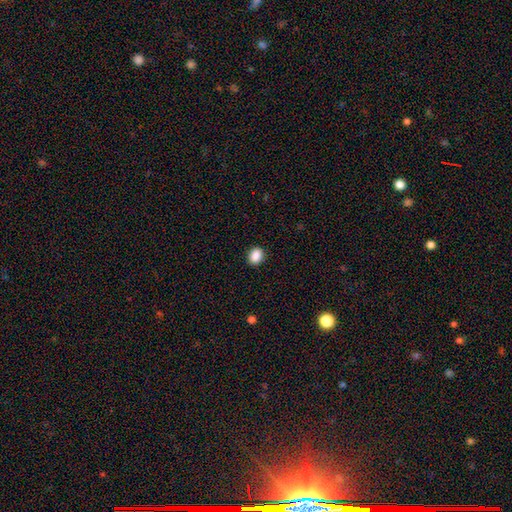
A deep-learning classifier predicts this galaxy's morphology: smooth_or_featured: smooth (p=0.89) [alt: star or artifact p=0.09]
how_rounded: in between (p=0.50) [alt: round p=0.49]
merging: none (p=0.91) [alt: minor disturbance p=0.07]